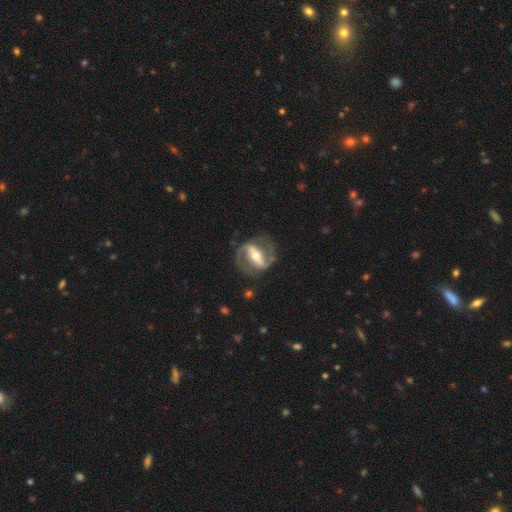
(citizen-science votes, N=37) Volunteers were most divided on "spiral winding": medium: 54%, tight: 27%, loose: 19%. More confident: spiral arm count — 2 (96%); spiral arms — yes (93%); edge-on disk — no (88%); smooth or featured — featured or disk (86%); merging — none (79%); bulge size — moderate (75%); bar — strong (71%).